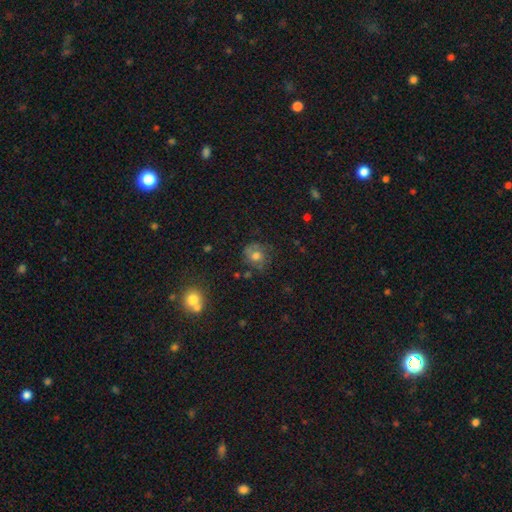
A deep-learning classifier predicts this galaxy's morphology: This is possibly a smooth galaxy (57%). How rounded: likely round (75%). Merging: possibly none (59%).